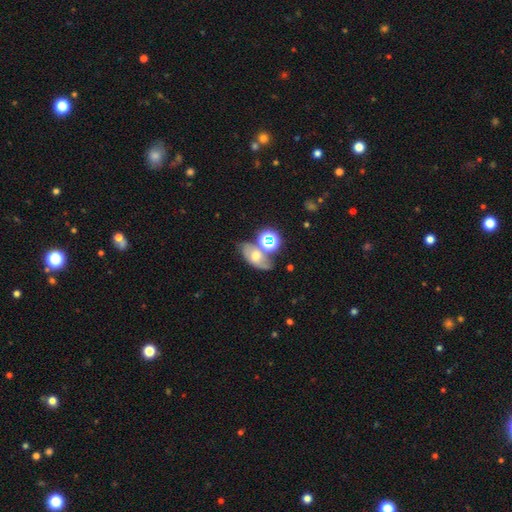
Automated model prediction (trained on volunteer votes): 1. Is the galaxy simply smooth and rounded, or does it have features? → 43% smooth, 38% featured or disk, 20% star or artifact.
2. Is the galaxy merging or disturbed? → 53% none, 22% merger, 17% minor disturbance, 8% major disturbance.